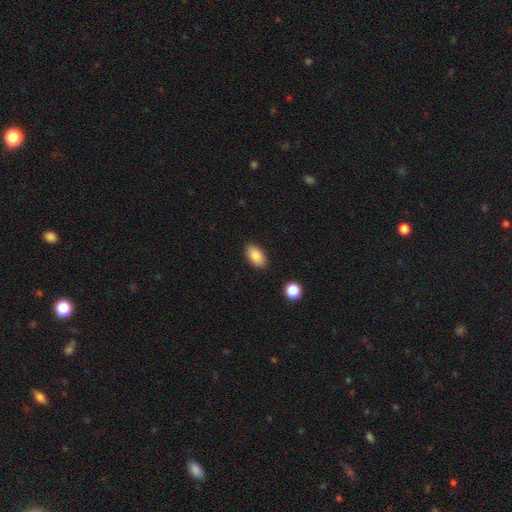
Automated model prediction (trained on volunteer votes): Smooth or featured? Predicted: smooth (p=0.88). How rounded? Predicted: in between (p=0.93). Merging? Predicted: none (p=0.87).